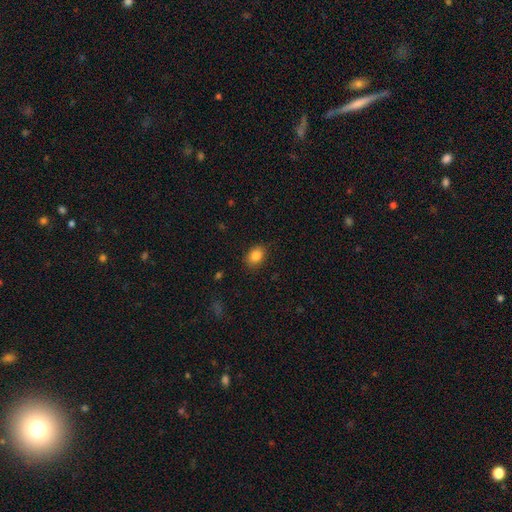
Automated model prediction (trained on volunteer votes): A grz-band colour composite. It shows a smooth galaxy with no disk features (86%) that is in between round and cigar-shaped (71%). Merging: none (85%).